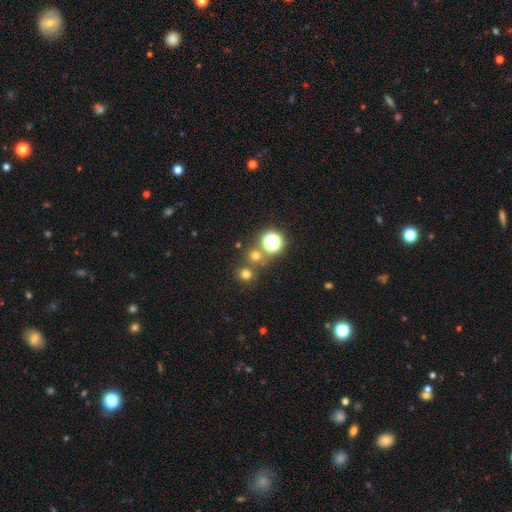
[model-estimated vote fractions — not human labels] Smooth or featured? Predicted: smooth (p=0.62). How rounded? Predicted: round (p=0.92). Merging? Predicted: none (p=0.72).